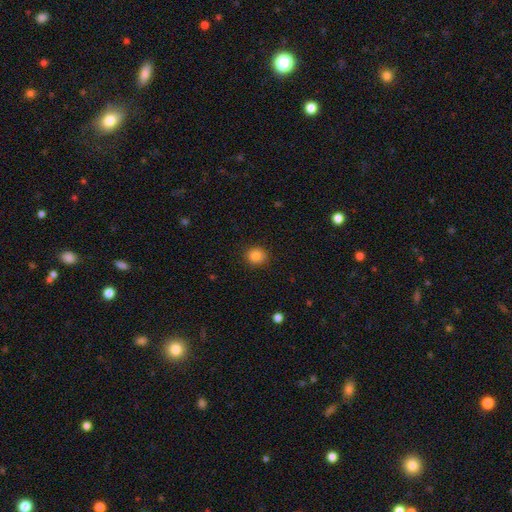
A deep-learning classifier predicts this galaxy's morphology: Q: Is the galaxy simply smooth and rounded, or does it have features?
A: smooth — 84%.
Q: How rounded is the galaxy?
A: round — 85%.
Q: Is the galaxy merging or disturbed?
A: none — 90%.